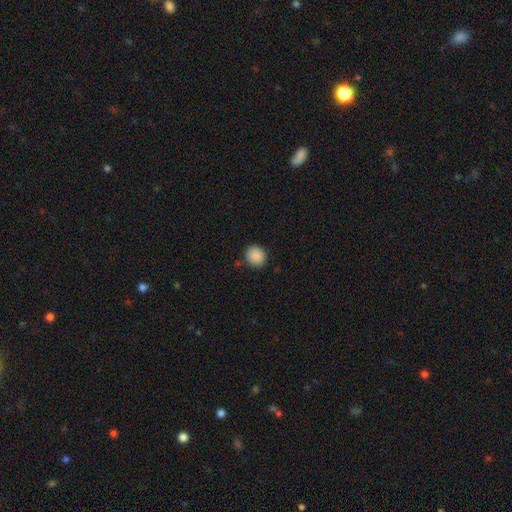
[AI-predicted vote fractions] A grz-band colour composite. It shows a smooth galaxy with no disk features (89%) that is round (80%). Merging: none (85%).